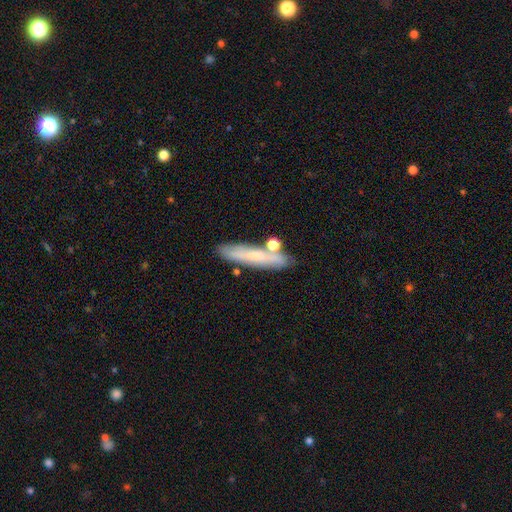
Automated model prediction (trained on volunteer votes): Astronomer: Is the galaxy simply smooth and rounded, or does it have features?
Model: smooth — 59%.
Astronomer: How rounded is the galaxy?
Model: cigar-shaped — 86%.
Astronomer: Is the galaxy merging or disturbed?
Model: none — 76%.